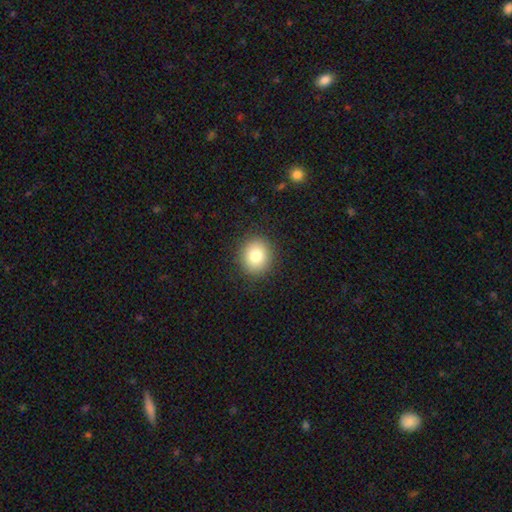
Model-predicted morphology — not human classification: Q: Smooth or featured?
A: smooth (80%); runner-up: star or artifact (10%)
Q: How rounded?
A: round (81%); runner-up: in between (19%)
Q: Merging?
A: none (90%); runner-up: minor disturbance (7%)